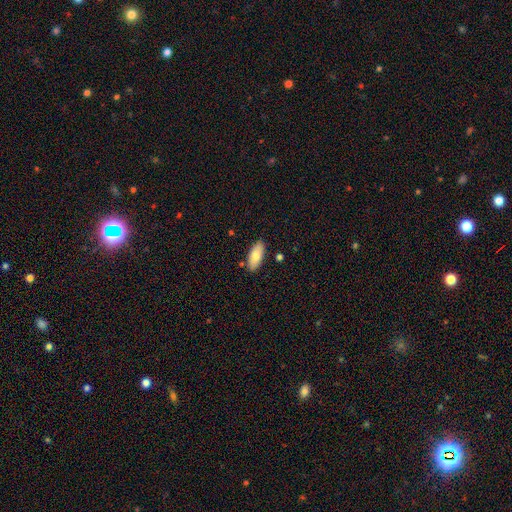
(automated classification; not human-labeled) A smooth galaxy with no disk features (80%) that is in between round and cigar-shaped (87%).

Vote fractions:
- Smooth or featured? smooth: 80% / featured or disk: 14% / star or artifact: 6%
- How rounded? in between: 87% / cigar-shaped: 11% / round: 2%
- Merging? none: 85% / minor disturbance: 10% / merger: 3% / major disturbance: 2%